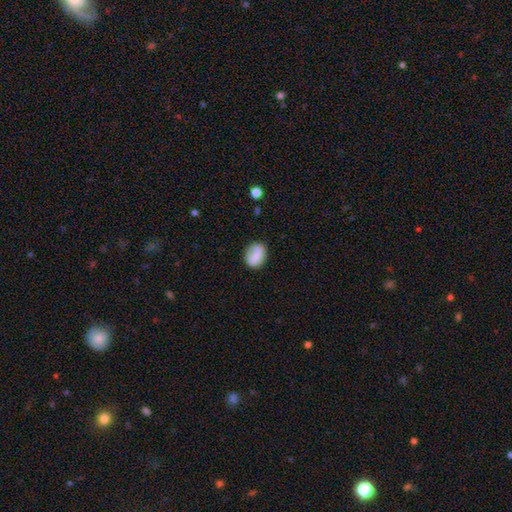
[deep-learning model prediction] smooth_or_featured: smooth (p=0.80) [alt: featured or disk p=0.12]
how_rounded: in between (p=0.66) [alt: round p=0.32]
merging: none (p=0.77) [alt: minor disturbance p=0.16]